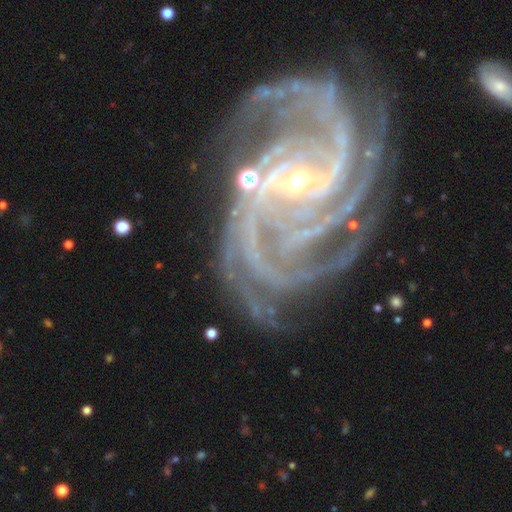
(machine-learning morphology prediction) Overall: featured or disk (93%). Edge-on disk: no (98%). Bar: weak (35%; no 34%). Spiral arms: yes (99%). Spiral arm count: 4 (27%; 3 22%). Spiral winding: tight (62%; medium 33%). Bulge size: small (75%). Merging: none (74%).